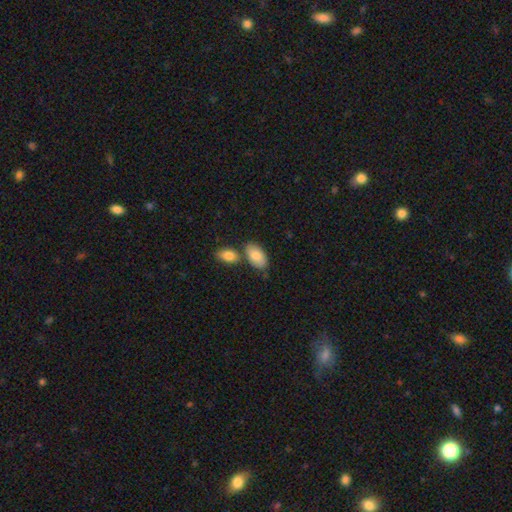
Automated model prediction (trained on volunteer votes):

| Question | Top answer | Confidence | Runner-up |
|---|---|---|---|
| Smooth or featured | smooth | 81% | featured or disk (13%) |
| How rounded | in between | 94% | round (4%) |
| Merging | none | 61% | merger (24%) |